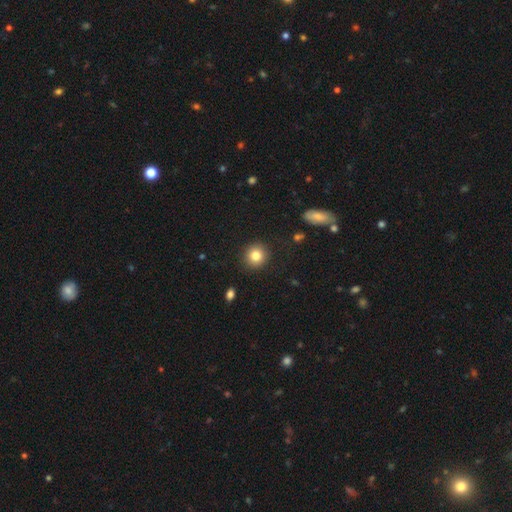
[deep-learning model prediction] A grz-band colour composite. It shows a smooth galaxy with no disk features (83%) that is round (90%). Merging: none (90%).